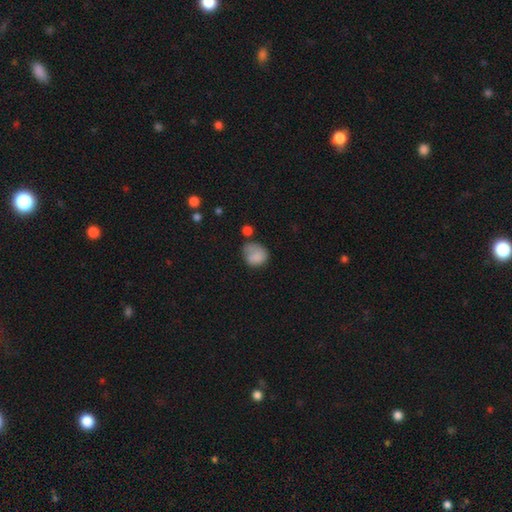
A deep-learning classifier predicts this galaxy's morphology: Smooth or featured?
  - smooth: 80% *
  - featured or disk: 11%
  - star or artifact: 9%
How rounded?
  - round: 62% *
  - in between: 37%
  - cigar-shaped: 1%
Merging?
  - none: 42% *
  - minor disturbance: 32%
  - major disturbance: 17%
  - merger: 8%